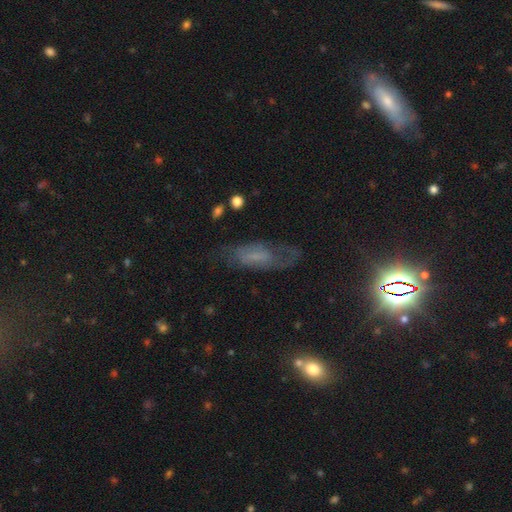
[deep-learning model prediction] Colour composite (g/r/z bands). It shows a featured or disk galaxy (51%). Merging: none (59%).